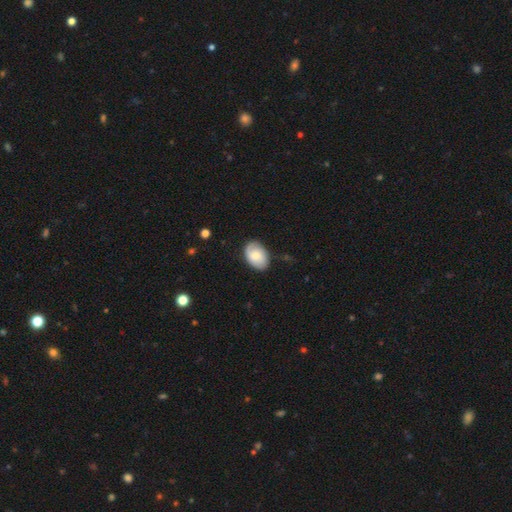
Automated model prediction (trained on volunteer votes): smooth_or_featured: smooth (p=0.61) [alt: featured or disk p=0.32]
how_rounded: in between (p=0.84) [alt: round p=0.15]
merging: none (p=0.78) [alt: minor disturbance p=0.17]